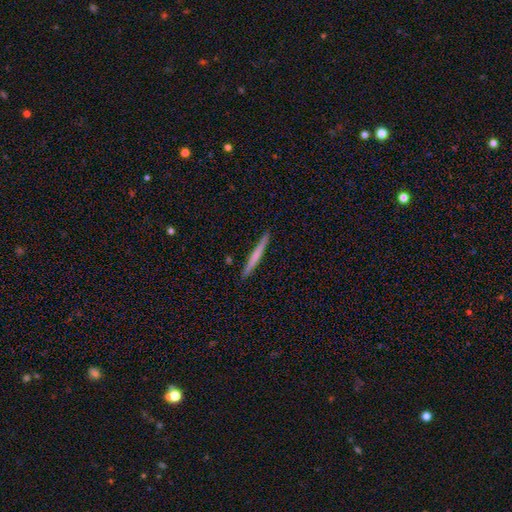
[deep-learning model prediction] Smooth or featured?
  - smooth: 57% *
  - featured or disk: 38%
  - star or artifact: 5%
How rounded?
  - cigar-shaped: 97% *
  - in between: 2%
  - round: 1%
Merging?
  - none: 91% *
  - minor disturbance: 6%
  - major disturbance: 1%
  - merger: 1%